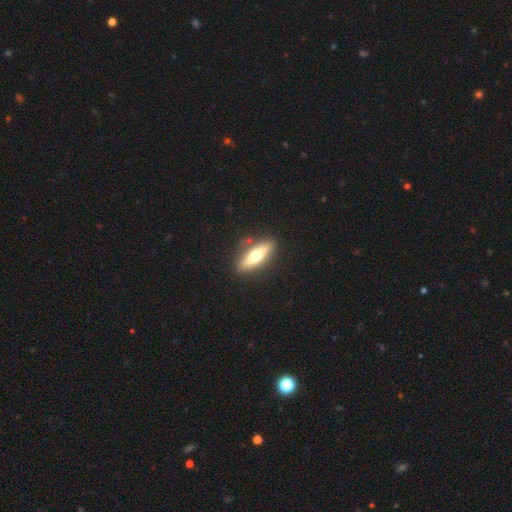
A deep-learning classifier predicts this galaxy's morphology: This is possibly a smooth galaxy (51%). How rounded: likely cigar-shaped (62%). Merging: clearly none (85%).